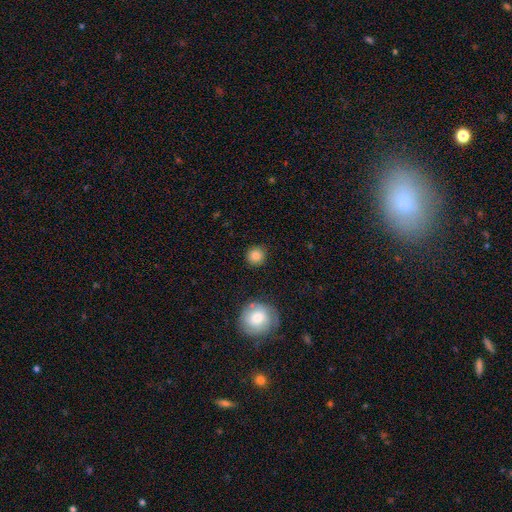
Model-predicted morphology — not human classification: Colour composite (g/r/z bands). It shows a smooth galaxy with no disk features (85%) that is round (91%). Merging: none (86%).